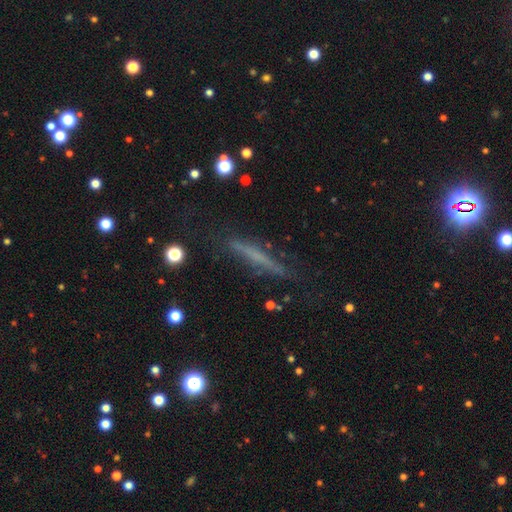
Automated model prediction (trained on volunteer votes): Smooth or featured: featured or disk — 46% (smooth — 43%)
Merging: none — 77% (minor disturbance — 16%)